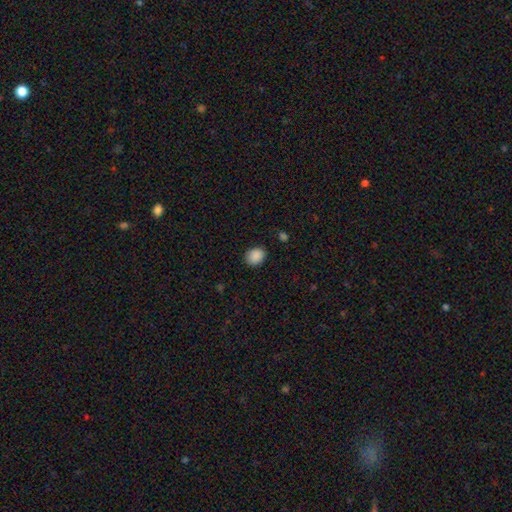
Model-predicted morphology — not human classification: The model was most divided on "how rounded": round: 51%, in between: 48%, cigar-shaped: 1%. More confident: smooth or featured — smooth (89%); merging — none (86%).